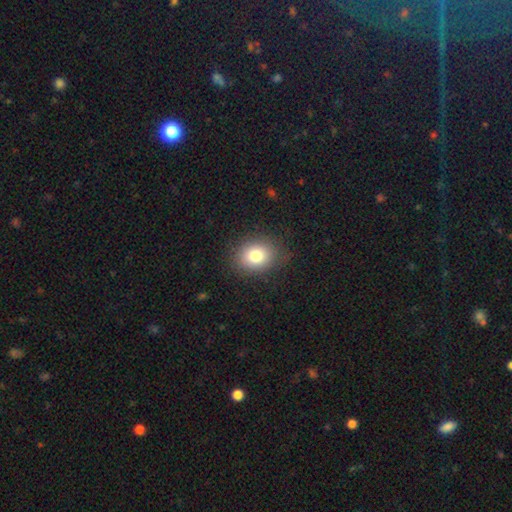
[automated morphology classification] The model was most divided on "how rounded": round: 52%, in between: 47%, cigar-shaped: 1%. More confident: merging — none (84%); smooth or featured — smooth (81%).